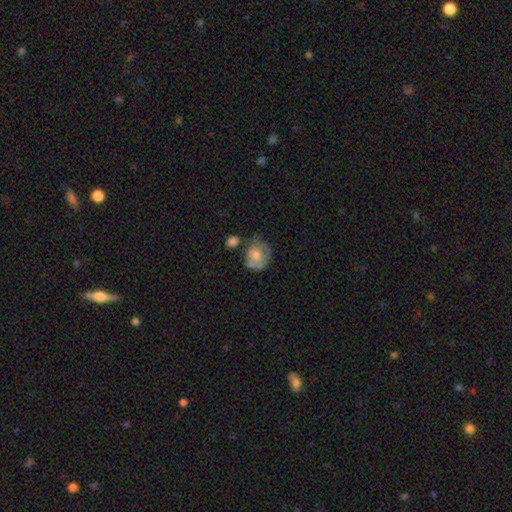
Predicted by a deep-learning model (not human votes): Smooth or featured?
  - smooth: 55% *
  - featured or disk: 37%
  - star or artifact: 7%
How rounded?
  - round: 68% *
  - in between: 31%
  - cigar-shaped: 1%
Merging?
  - none: 40% *
  - minor disturbance: 28%
  - major disturbance: 18%
  - merger: 14%